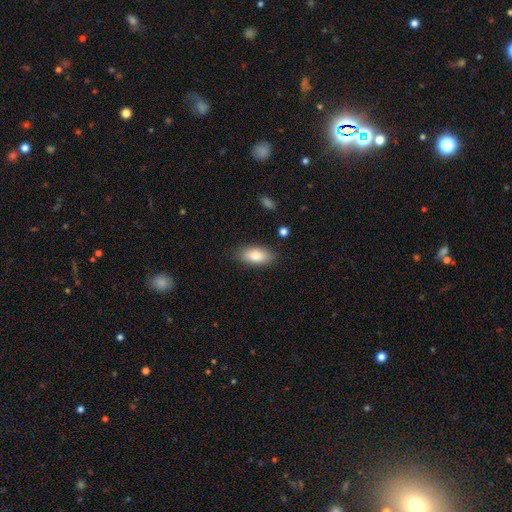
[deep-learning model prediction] smooth_or_featured: smooth (p=0.81) [alt: featured or disk p=0.12]
how_rounded: in between (p=0.89) [alt: cigar-shaped p=0.07]
merging: none (p=0.84) [alt: minor disturbance p=0.11]